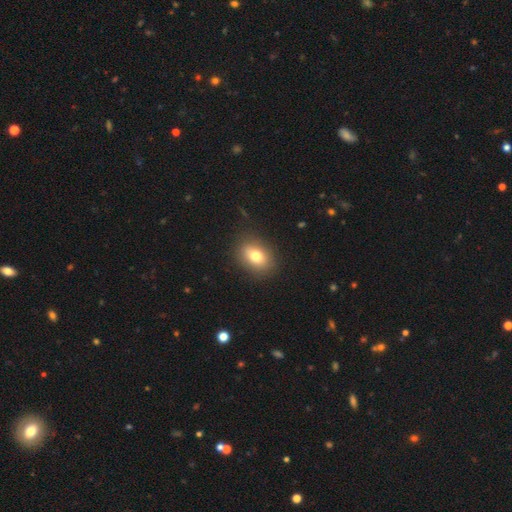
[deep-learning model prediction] Smooth or featured? smooth (75%)
How rounded? in between (67%)
Merging? none (86%)